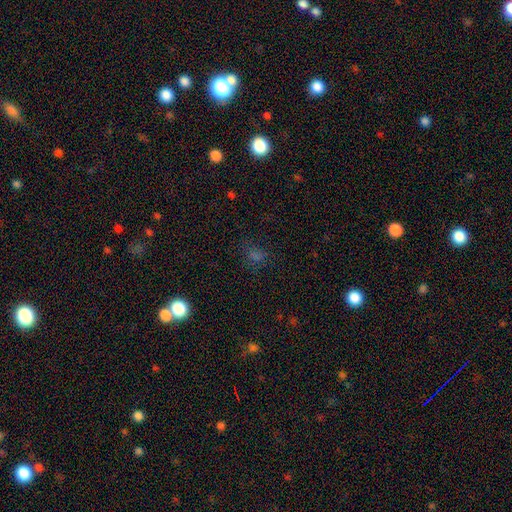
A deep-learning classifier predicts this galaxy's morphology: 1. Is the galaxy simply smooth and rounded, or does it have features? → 55% smooth, 36% star or artifact, 9% featured or disk.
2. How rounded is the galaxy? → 60% round, 38% in between, 2% cigar-shaped.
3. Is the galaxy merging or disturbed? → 72% none, 15% minor disturbance, 9% major disturbance, 5% merger.